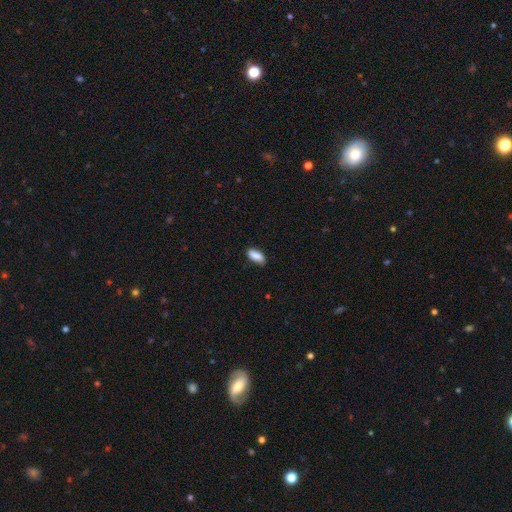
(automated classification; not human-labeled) This appears to be a smooth galaxy with no disk features (86%) that is in between round and cigar-shaped (86%). Merging: none (80%).